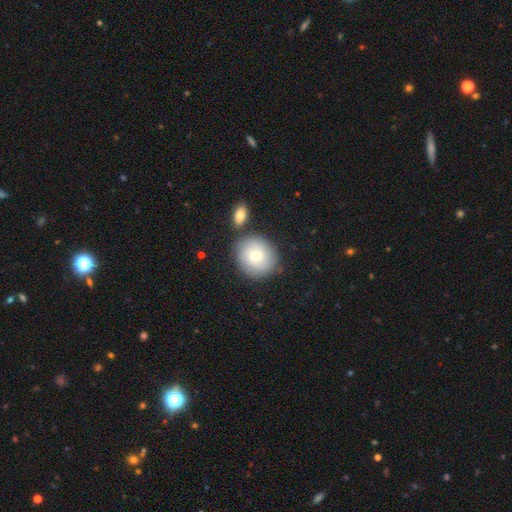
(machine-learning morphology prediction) A smooth galaxy with no disk features (65%) that is round (83%). Merging: none (75%).